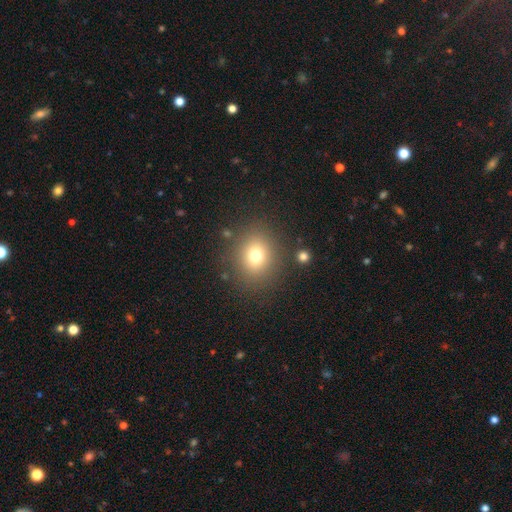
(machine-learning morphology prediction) Overall: smooth (74%). How rounded: round (73%). Merging: none (84%).